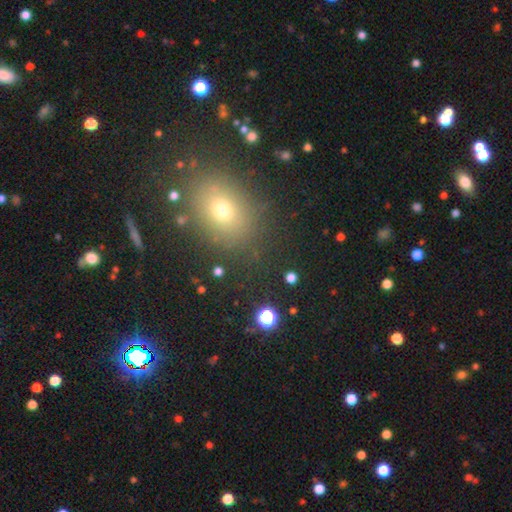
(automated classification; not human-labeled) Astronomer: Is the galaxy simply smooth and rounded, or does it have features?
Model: smooth — 55% (runner-up: star or artifact, 33%).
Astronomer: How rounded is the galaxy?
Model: in between — 58% (runner-up: round, 40%).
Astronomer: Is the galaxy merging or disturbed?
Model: none — 86%.